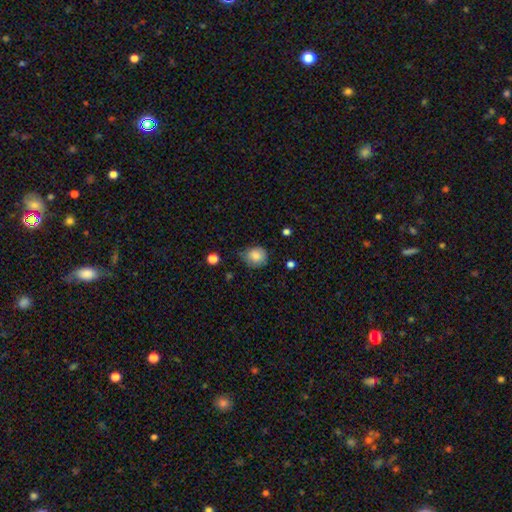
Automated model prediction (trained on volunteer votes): smooth-or-featured: smooth: 85% | star or artifact: 9% | featured or disk: 6%
  how-rounded: round: 78% | in between: 21% | cigar-shaped: 1%
  merging: none: 59% | minor disturbance: 33% | major disturbance: 6% | merger: 2%